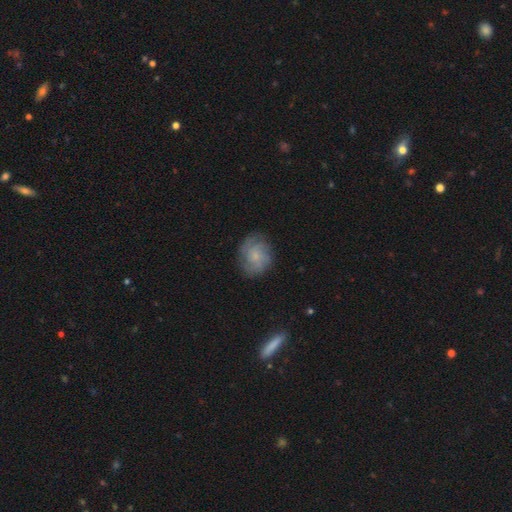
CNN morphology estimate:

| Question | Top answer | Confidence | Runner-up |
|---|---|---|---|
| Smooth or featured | smooth | 47% | featured or disk (44%) |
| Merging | none | 73% | minor disturbance (19%) |